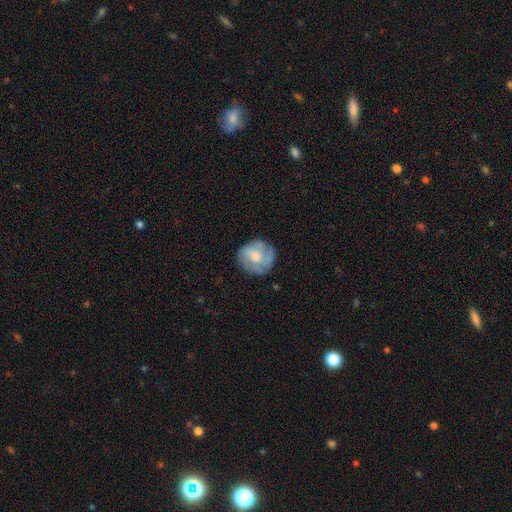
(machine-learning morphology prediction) A featured or disk galaxy (47%).

Vote fractions:
- Smooth or featured? featured or disk: 47% / smooth: 45% / star or artifact: 8%
- Merging? none: 72% / minor disturbance: 19% / major disturbance: 8% / merger: 1%